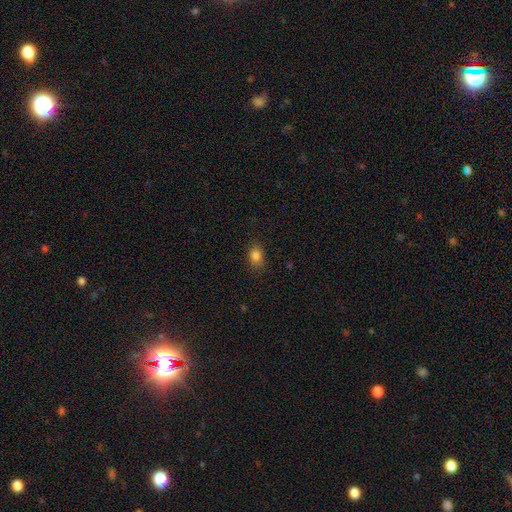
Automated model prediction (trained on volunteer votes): smooth 84%, star or artifact 11%, featured or disk 4%. Down the decision tree: how rounded — in between (73%); merging — none (84%).